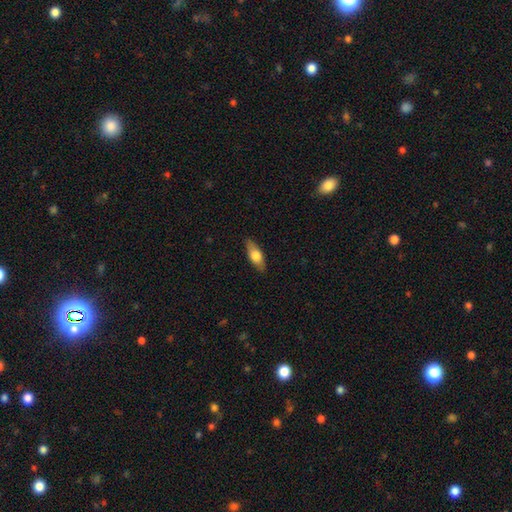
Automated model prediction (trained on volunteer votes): A smooth galaxy with no disk features (65%) that is in between round and cigar-shaped (69%). Merging: none (87%).